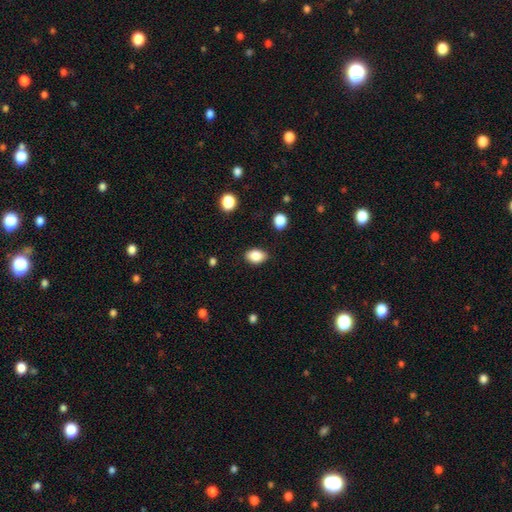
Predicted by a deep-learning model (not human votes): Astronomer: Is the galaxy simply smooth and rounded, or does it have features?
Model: smooth — 86%.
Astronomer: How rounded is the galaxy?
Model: in between — 83%.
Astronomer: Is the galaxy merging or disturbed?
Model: none — 84%.